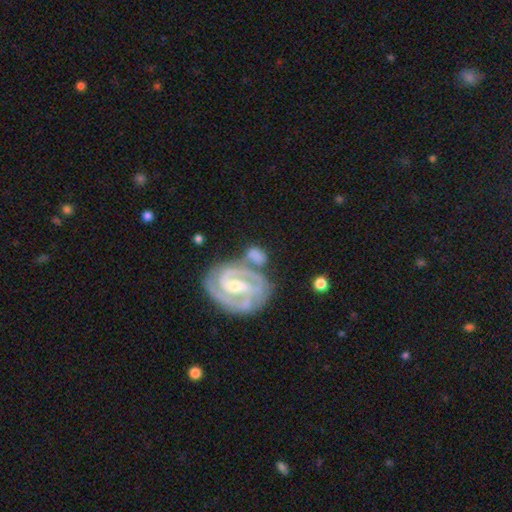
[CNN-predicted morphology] This appears to be a featured or disk galaxy (58%) with a weak bar (41%), spiral arms (87%) and a moderate central bulge (49%). Merging: none (46%).